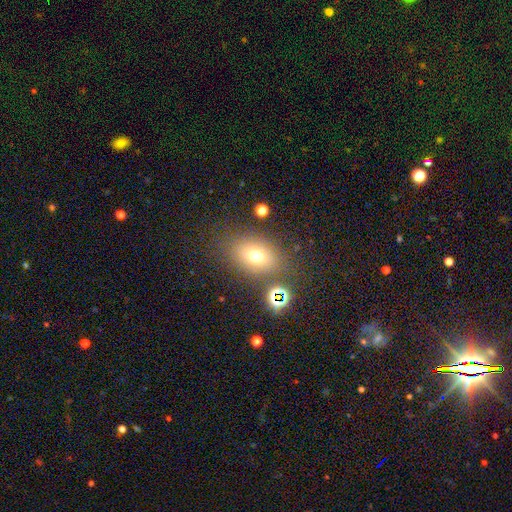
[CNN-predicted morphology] smooth-or-featured: smooth: 69% | star or artifact: 18% | featured or disk: 13%
  how-rounded: in between: 65% | round: 33% | cigar-shaped: 2%
  merging: none: 76% | minor disturbance: 12% | major disturbance: 6% | merger: 5%